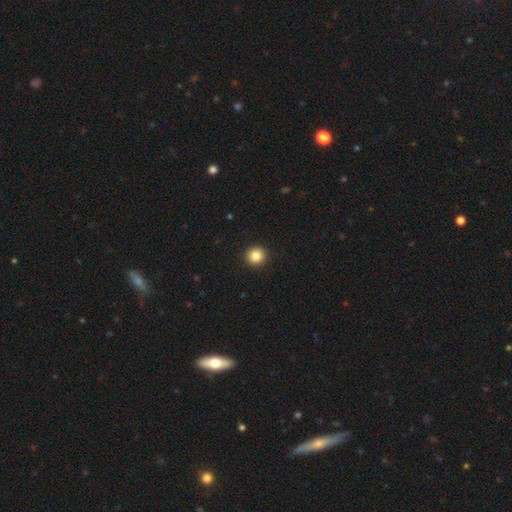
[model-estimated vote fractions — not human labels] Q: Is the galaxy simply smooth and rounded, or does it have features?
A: smooth — 86%.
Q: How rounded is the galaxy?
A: round — 95%.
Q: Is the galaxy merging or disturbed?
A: none — 93%.